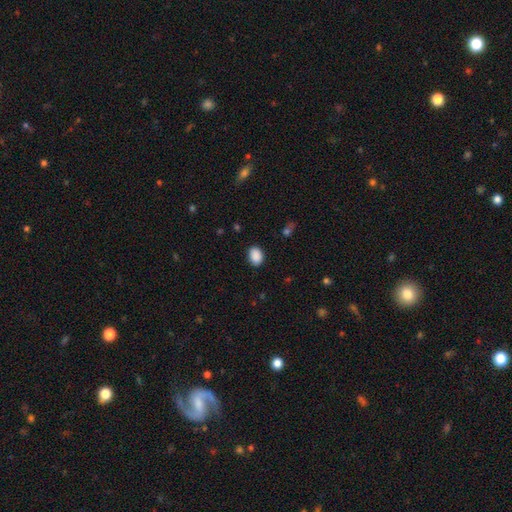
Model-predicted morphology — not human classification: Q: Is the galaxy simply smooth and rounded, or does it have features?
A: smooth — 90%.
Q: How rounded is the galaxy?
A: in between — 74%.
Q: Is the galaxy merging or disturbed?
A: none — 87%.